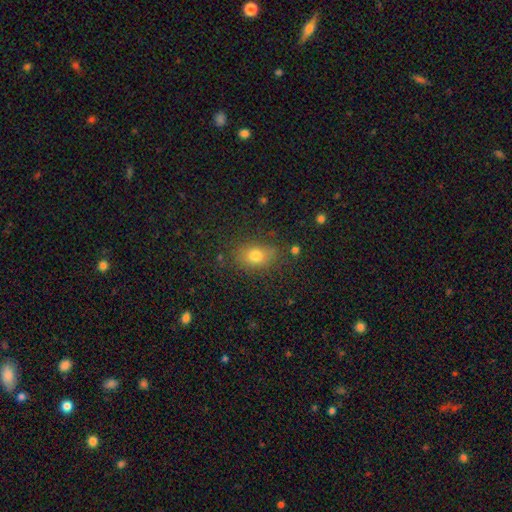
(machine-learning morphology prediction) Smooth or featured?
  - smooth: 77% *
  - star or artifact: 12%
  - featured or disk: 11%
How rounded?
  - in between: 69% *
  - round: 29%
  - cigar-shaped: 2%
Merging?
  - none: 78% *
  - minor disturbance: 15%
  - major disturbance: 5%
  - merger: 2%